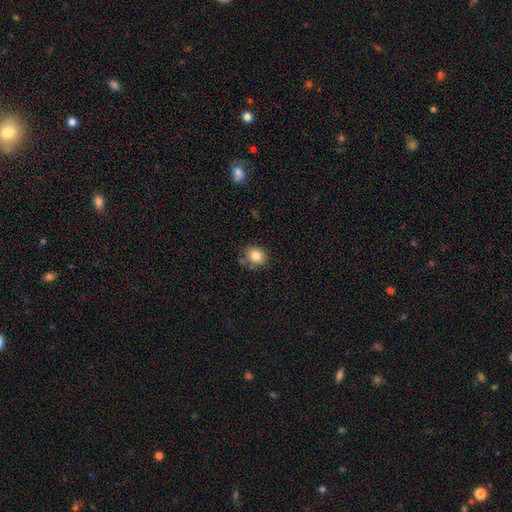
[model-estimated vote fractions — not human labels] This appears to be a smooth galaxy with no disk features (84%) that is round (64%). Merging: none (73%).